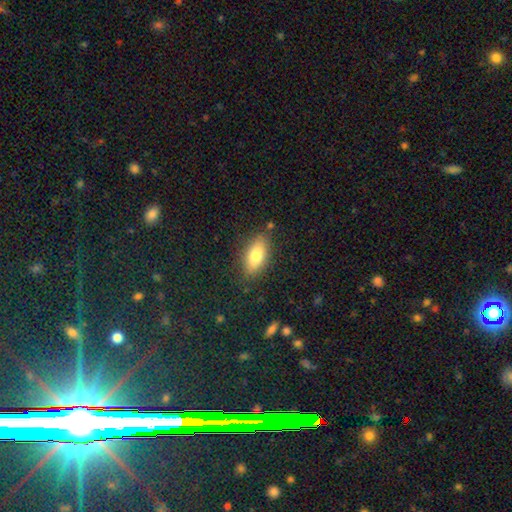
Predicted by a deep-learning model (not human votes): Smooth or featured? Predicted: smooth (p=0.77). How rounded? Predicted: in between (p=0.85). Merging? Predicted: none (p=0.82).